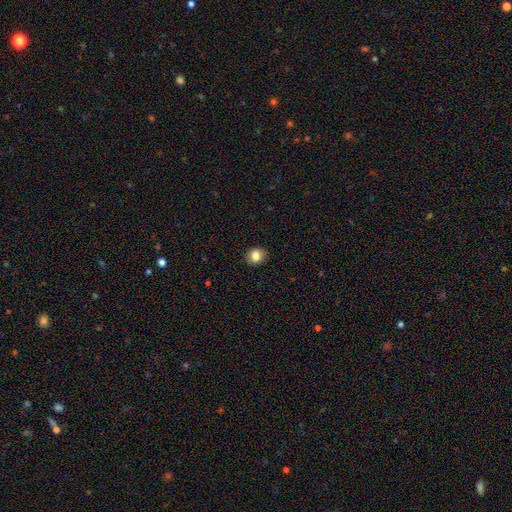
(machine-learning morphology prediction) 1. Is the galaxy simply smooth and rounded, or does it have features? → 83% smooth, 10% star or artifact, 7% featured or disk.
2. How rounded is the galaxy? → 66% round, 33% in between, 1% cigar-shaped.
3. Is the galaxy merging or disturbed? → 90% none, 7% minor disturbance, 2% major disturbance, 1% merger.